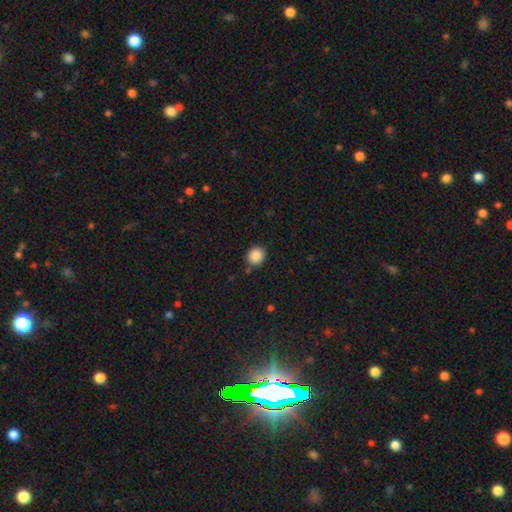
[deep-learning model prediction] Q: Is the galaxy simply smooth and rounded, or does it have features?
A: smooth — 87%.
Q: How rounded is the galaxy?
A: round — 87%.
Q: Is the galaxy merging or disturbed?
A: none — 84%.